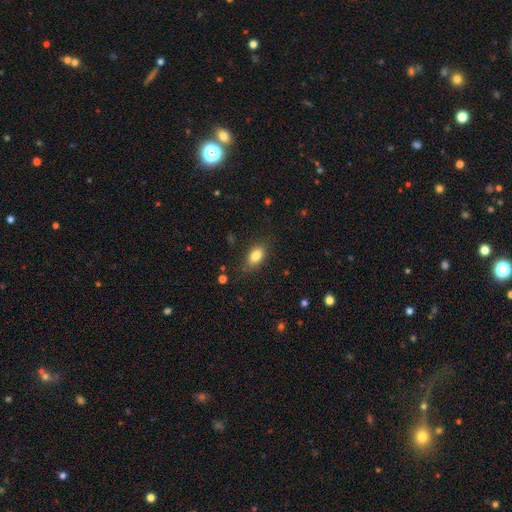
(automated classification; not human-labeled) smooth_or_featured: smooth (p=0.83) [alt: featured or disk p=0.09]
how_rounded: in between (p=0.89) [alt: round p=0.08]
merging: none (p=0.80) [alt: minor disturbance p=0.14]